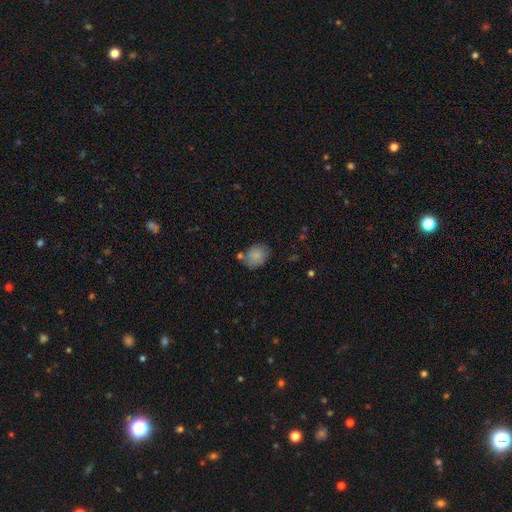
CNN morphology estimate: type=smooth (85%); roundness=in between (57%); merging=none (66%).